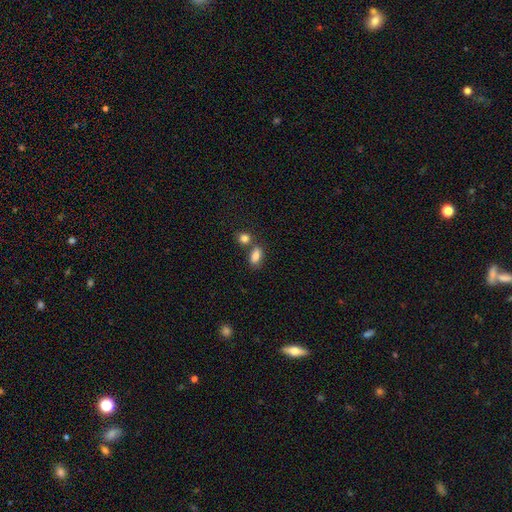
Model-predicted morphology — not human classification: type=smooth (84%); roundness=in between (84%); merging=none (54%).